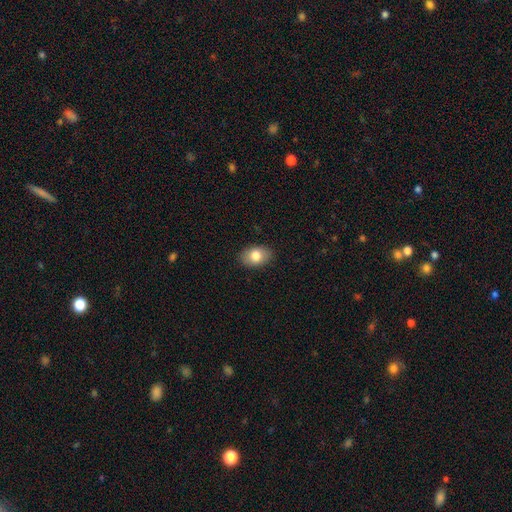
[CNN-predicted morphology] Smooth or featured? smooth (81%)
How rounded? in between (83%)
Merging? none (88%)